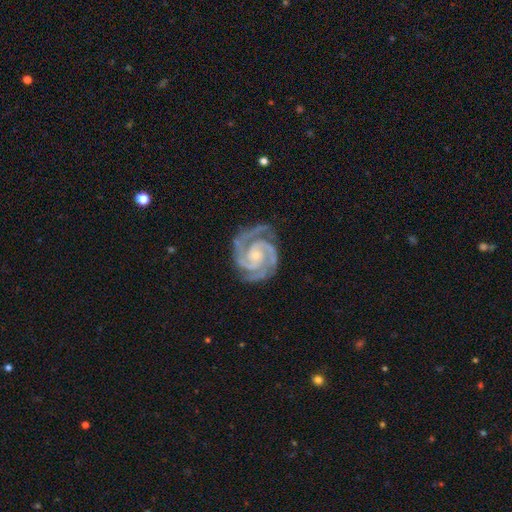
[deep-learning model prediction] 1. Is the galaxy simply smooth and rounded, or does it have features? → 94% featured or disk, 3% star or artifact, 2% smooth.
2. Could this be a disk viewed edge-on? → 98% no, 2% yes.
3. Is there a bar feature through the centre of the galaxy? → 64% no, 26% weak, 10% strong.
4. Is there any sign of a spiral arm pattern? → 99% yes, 1% no.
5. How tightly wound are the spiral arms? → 69% tight, 28% medium, 2% loose.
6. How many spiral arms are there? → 58% 2, 31% 3, 3% 4, 3% can't tell, 2% 1, 2% more than 4.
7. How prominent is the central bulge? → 67% small, 25% moderate, 6% none, 1% large, 1% dominant.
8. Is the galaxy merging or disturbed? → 78% none, 16% minor disturbance, 5% major disturbance, 1% merger.